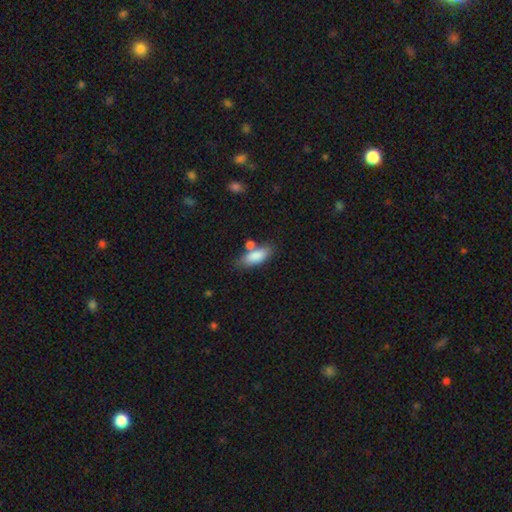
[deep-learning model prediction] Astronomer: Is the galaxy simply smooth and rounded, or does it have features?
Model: smooth — 84%.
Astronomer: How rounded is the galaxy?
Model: in between — 79%.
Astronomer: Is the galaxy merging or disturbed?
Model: none — 59%.